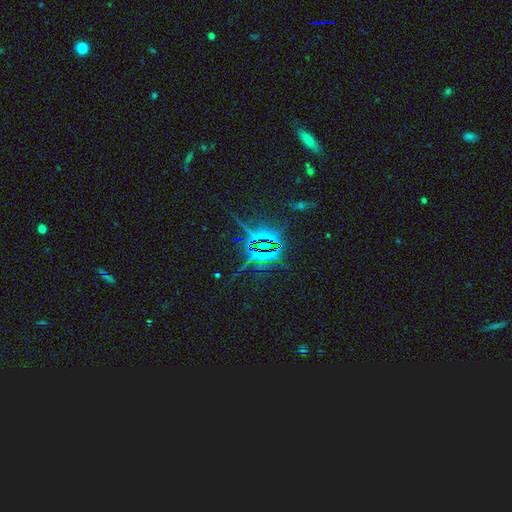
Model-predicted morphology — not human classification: Smooth or featured: star or artifact — 83% (featured or disk — 9%)